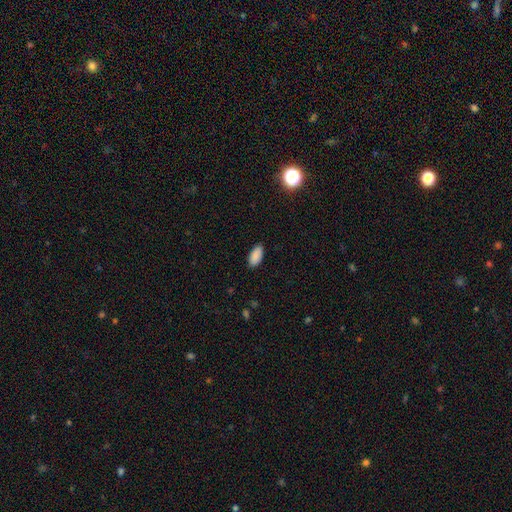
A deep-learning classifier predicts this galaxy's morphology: Q: Smooth or featured?
A: smooth (90%); runner-up: star or artifact (7%)
Q: How rounded?
A: in between (93%); runner-up: cigar-shaped (5%)
Q: Merging?
A: none (88%); runner-up: minor disturbance (9%)